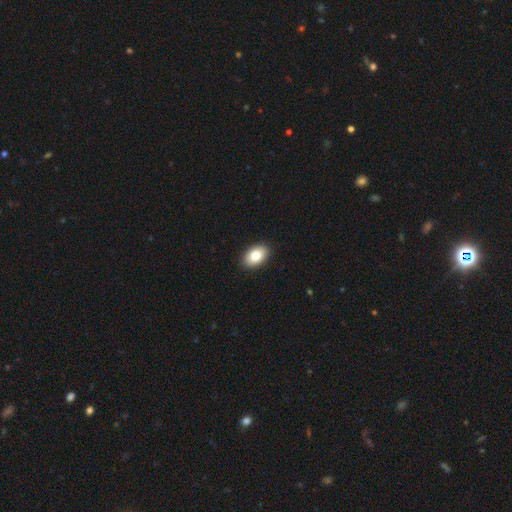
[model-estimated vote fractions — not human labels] A smooth galaxy with no disk features (81%) that is in between round and cigar-shaped (90%). Merging: none (91%).